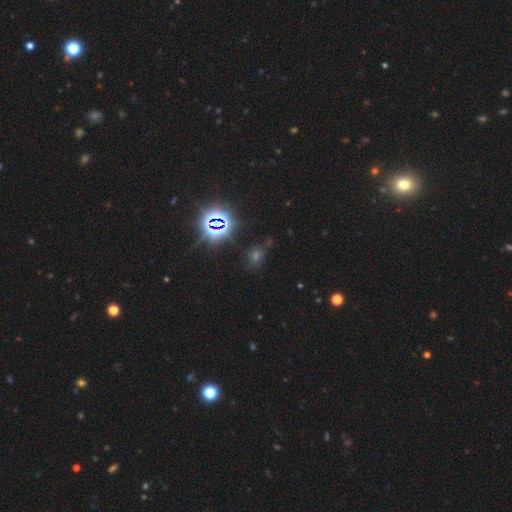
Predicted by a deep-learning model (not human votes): This is likely a star or artifact rather than a galaxy (61%).